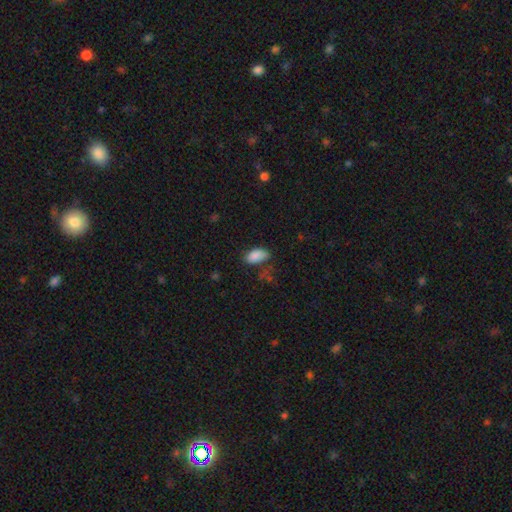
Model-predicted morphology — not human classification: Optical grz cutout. It shows a smooth galaxy with no disk features (86%) that is in between round and cigar-shaped (93%). Merging: none (60%).